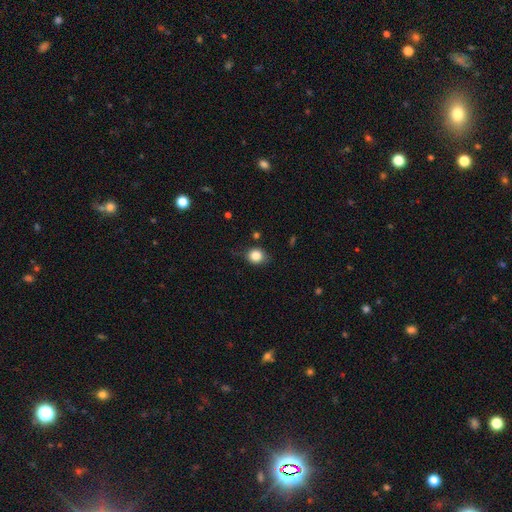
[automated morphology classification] Smooth or featured? Predicted: smooth (p=0.82). How rounded? Predicted: round (p=0.70). Merging? Predicted: none (p=0.74).